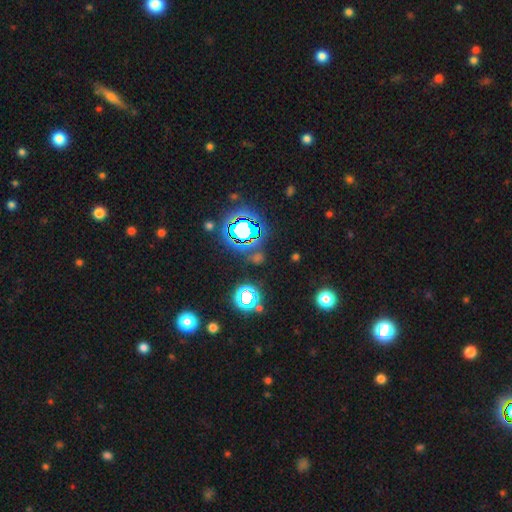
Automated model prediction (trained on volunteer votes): star or artifact 72%, smooth 19%, featured or disk 9%.